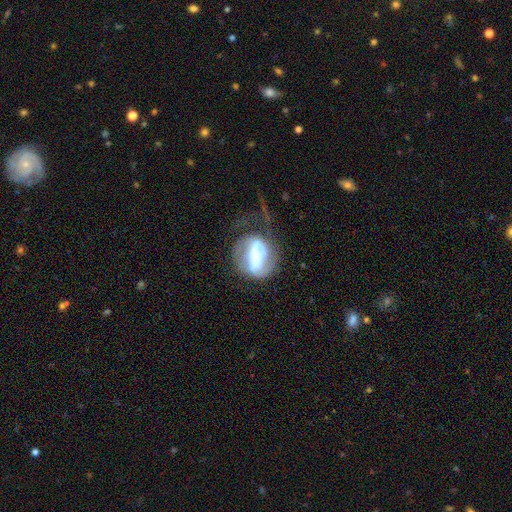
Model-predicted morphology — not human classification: The model was most divided on "merging": none: 37%, major disturbance: 36%, minor disturbance: 21%, merger: 5%. Remaining: edge-on disk — no (94%); smooth or featured — featured or disk (68%); spiral arms — yes (66%); bar — strong (59%); bulge size — moderate (40%).